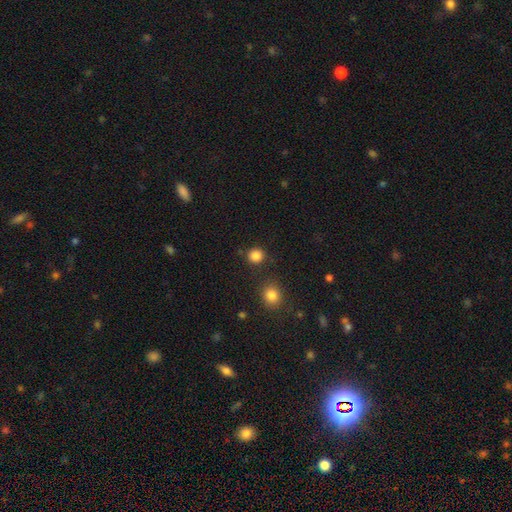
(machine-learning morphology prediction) A smooth galaxy with no disk features (85%) that is round (91%). Merging: none (86%).